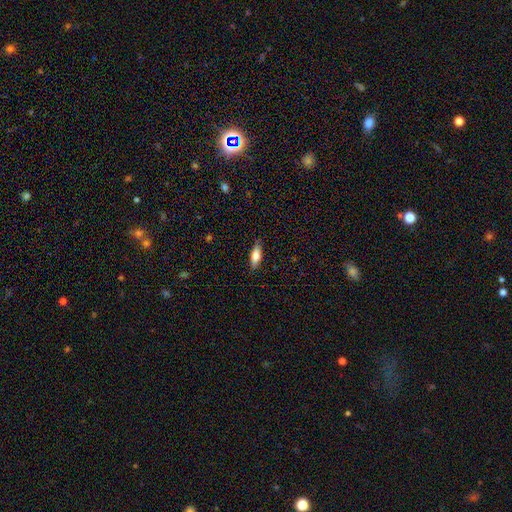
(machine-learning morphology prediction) Q: Smooth or featured?
A: smooth (75%); runner-up: featured or disk (19%)
Q: How rounded?
A: in between (66%); runner-up: cigar-shaped (32%)
Q: Merging?
A: none (84%); runner-up: minor disturbance (13%)